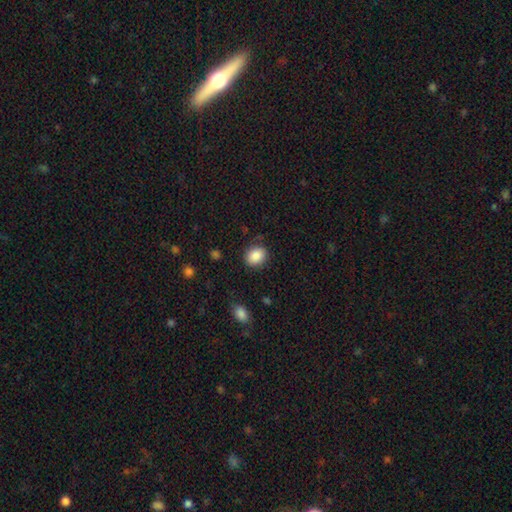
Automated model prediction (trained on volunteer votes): Overall: smooth (87%). How rounded: in between (56%; round 43%). Merging: none (83%).